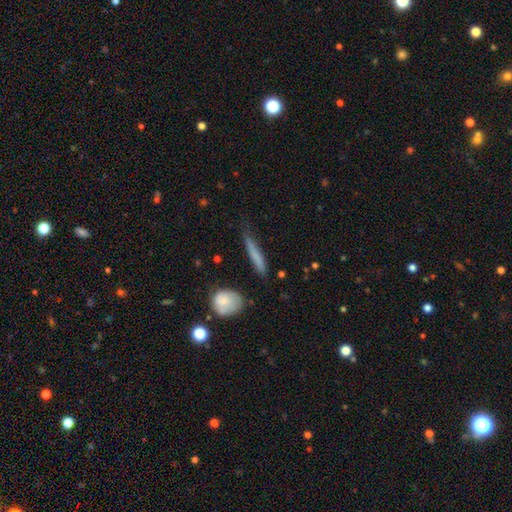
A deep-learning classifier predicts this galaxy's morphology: Q: Smooth or featured?
A: smooth (70%); runner-up: featured or disk (23%)
Q: How rounded?
A: cigar-shaped (91%); runner-up: in between (6%)
Q: Merging?
A: none (64%); runner-up: minor disturbance (26%)